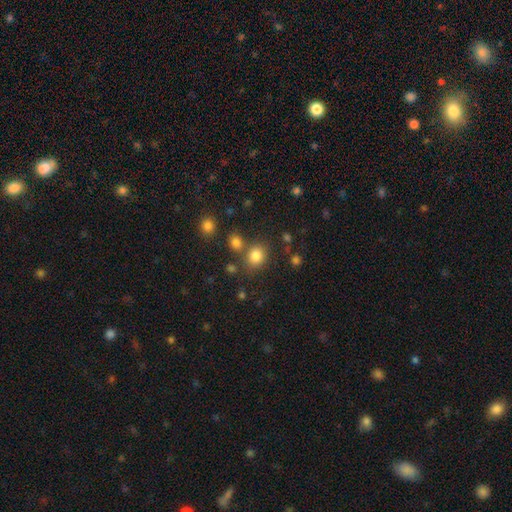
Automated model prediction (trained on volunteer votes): Smooth or featured? Predicted: smooth (p=0.82). How rounded? Predicted: round (p=0.70). Merging? Predicted: none (p=0.71).